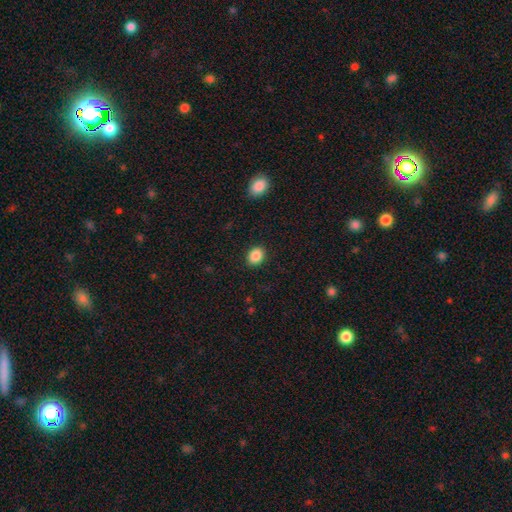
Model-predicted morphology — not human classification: Smooth or featured? smooth (87%)
How rounded? in between (56%)
Merging? none (89%)